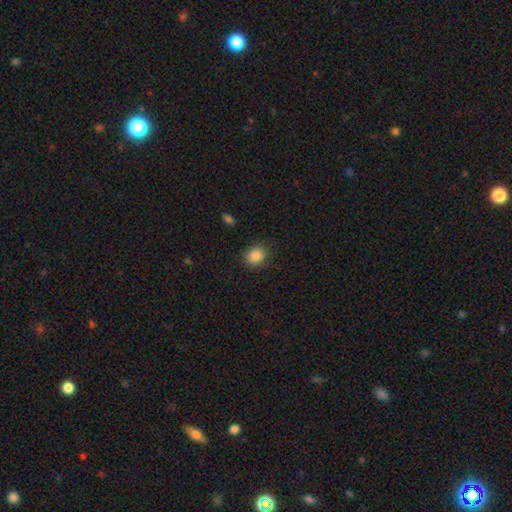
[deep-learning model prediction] Smooth or featured: smooth — 87% (star or artifact — 9%)
How rounded: round — 50% (in between — 49%)
Merging: none — 84% (minor disturbance — 12%)